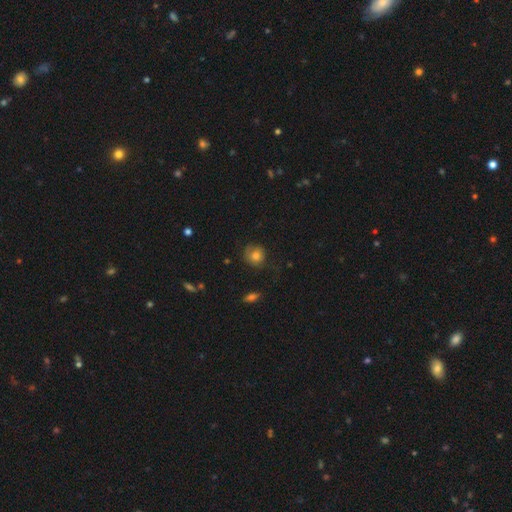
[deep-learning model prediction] This appears to be a smooth galaxy with no disk features (76%) that is round (85%). Merging: none (67%).